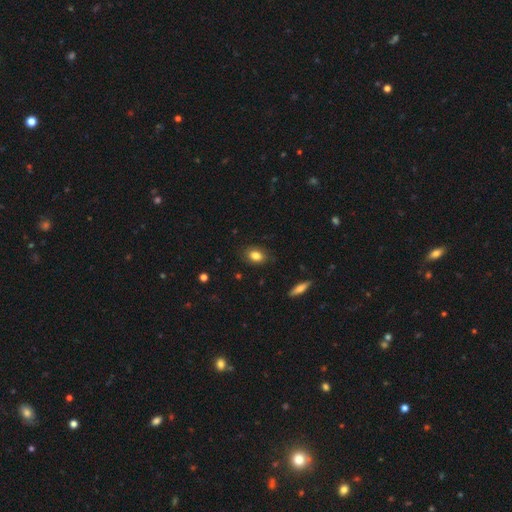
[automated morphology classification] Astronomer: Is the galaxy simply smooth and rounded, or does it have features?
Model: smooth — 82%.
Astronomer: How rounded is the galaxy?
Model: in between — 81%.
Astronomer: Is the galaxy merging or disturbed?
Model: none — 83%.